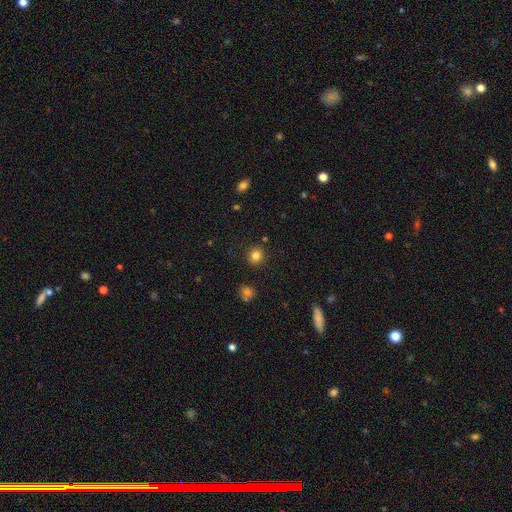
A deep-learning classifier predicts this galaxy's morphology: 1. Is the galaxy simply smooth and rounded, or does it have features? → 81% smooth, 13% star or artifact, 6% featured or disk.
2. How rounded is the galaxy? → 87% round, 12% in between, 1% cigar-shaped.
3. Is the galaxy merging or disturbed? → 89% none, 7% minor disturbance, 2% merger, 2% major disturbance.